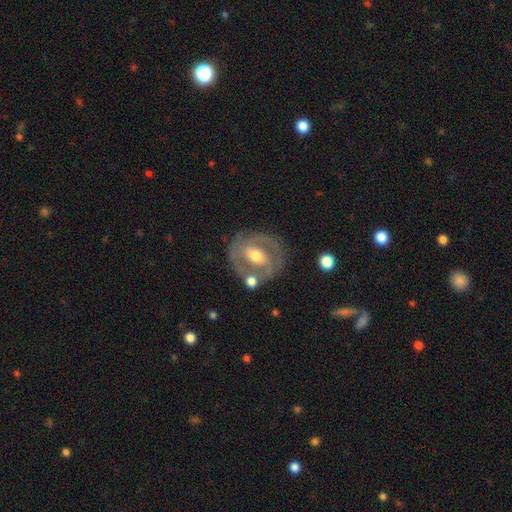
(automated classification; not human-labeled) The model was most divided on "spiral winding": tight: 49%, medium: 40%, loose: 11%. Remaining: edge-on disk — no (96%); smooth or featured — featured or disk (76%); spiral arms — yes (73%); spiral arm count — 2 (72%); bulge size — moderate (70%); merging — none (69%); bar — weak (42%).